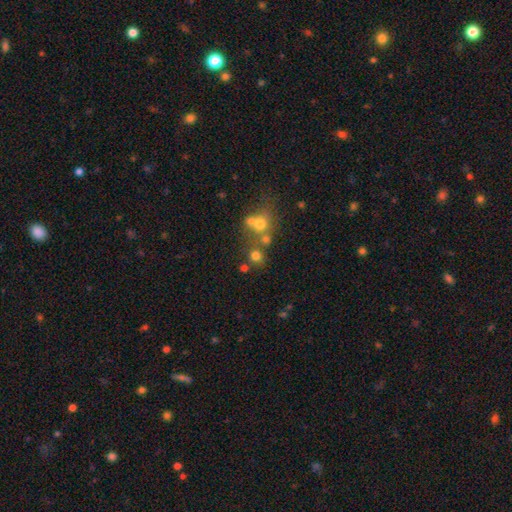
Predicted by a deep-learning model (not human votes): Smooth or featured?
  - smooth: 69% *
  - star or artifact: 19%
  - featured or disk: 13%
How rounded?
  - round: 85% *
  - in between: 14%
  - cigar-shaped: 1%
Merging?
  - none: 55% *
  - merger: 32%
  - minor disturbance: 8%
  - major disturbance: 5%